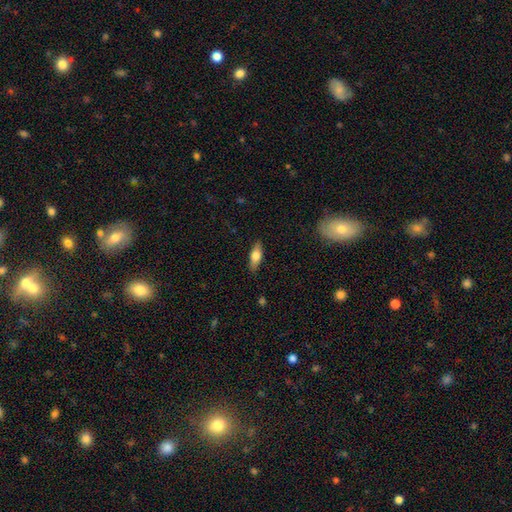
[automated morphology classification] smooth-or-featured: smooth: 66% | featured or disk: 28% | star or artifact: 6%
  how-rounded: in between: 63% | cigar-shaped: 34% | round: 3%
  merging: none: 87% | minor disturbance: 10% | major disturbance: 2% | merger: 1%